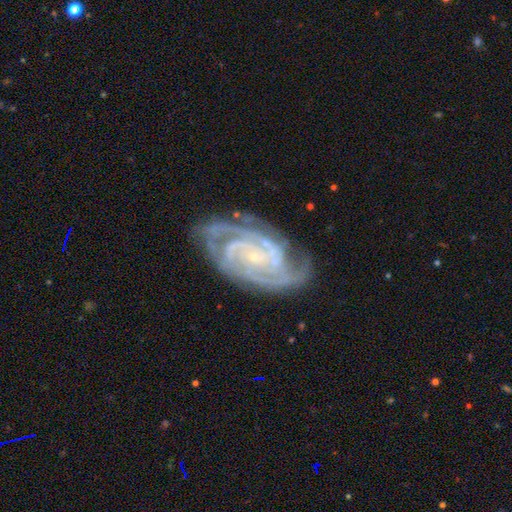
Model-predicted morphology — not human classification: Smooth or featured: featured or disk — 91% (star or artifact — 5%)
Edge-on disk: no — 97% (yes — 3%)
Bar: no — 57% (weak — 29%)
Spiral arms: yes — 98% (no — 2%)
Spiral winding: tight — 69% (medium — 27%)
Spiral arm count: 3 — 29% (2 — 26%)
Bulge size: small — 87% (moderate — 8%)
Merging: none — 74% (minor disturbance — 19%)